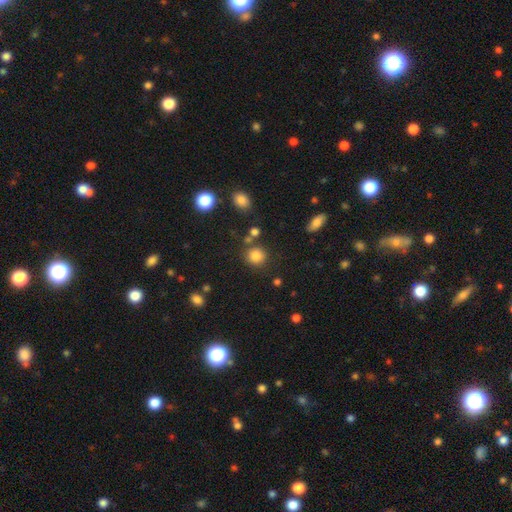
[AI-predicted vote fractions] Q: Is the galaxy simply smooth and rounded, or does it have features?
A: smooth — 82%.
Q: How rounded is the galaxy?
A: round — 88%.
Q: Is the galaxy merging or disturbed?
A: none — 77%.